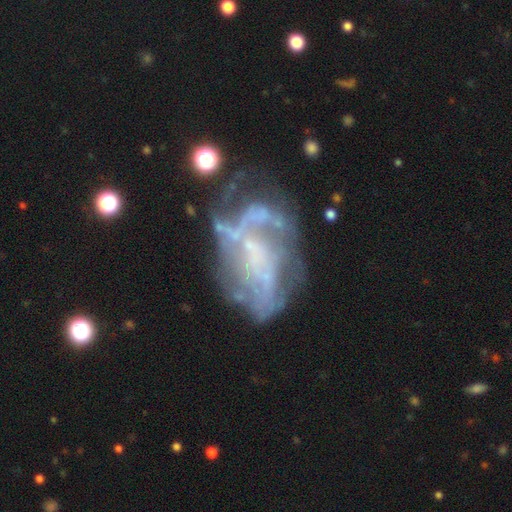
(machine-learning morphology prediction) Overall: featured or disk (78%). Edge-on disk: no (97%). Bar: no (63%; weak 26%). Spiral arms: yes (65%; no 35%). Bulge size: none (50%; small 33%). Merging: none (46%; major disturbance 26%).